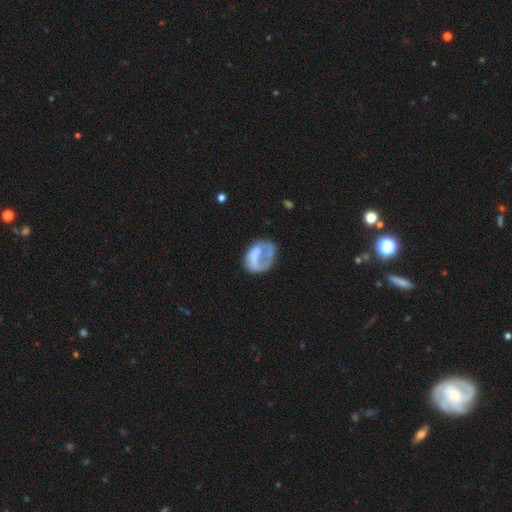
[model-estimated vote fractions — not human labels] This appears to be a smooth galaxy with no disk features (48%). Merging: none (36%, tied with major disturbance).